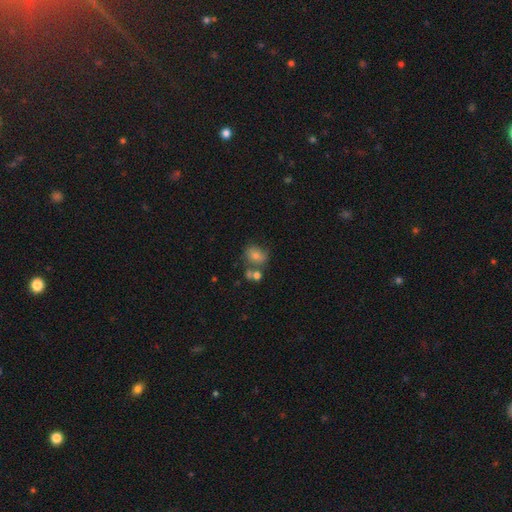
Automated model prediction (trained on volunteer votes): Smooth or featured? Predicted: smooth (p=0.51). How rounded? Predicted: round (p=0.51). Merging? Predicted: none (p=0.61).